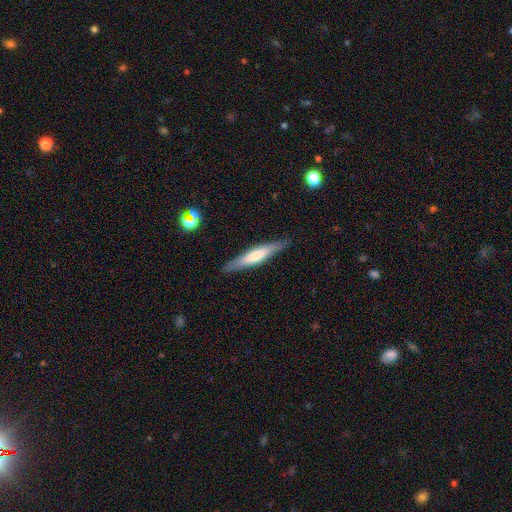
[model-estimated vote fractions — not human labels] smooth-or-featured: smooth: 53% | featured or disk: 41% | star or artifact: 6%
  how-rounded: cigar-shaped: 88% | in between: 10% | round: 1%
  merging: none: 87% | minor disturbance: 9% | major disturbance: 2% | merger: 1%